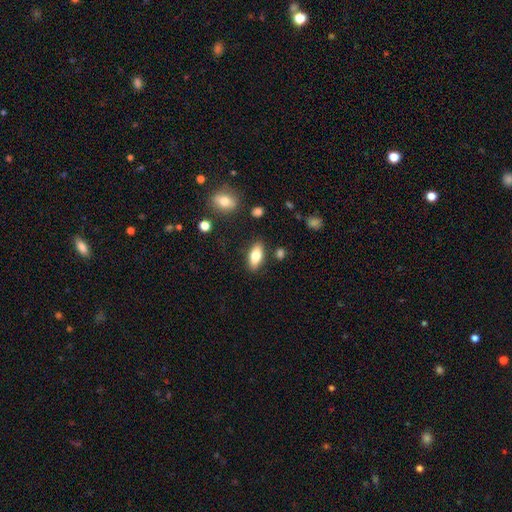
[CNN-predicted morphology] smooth_or_featured: smooth (p=0.75) [alt: featured or disk p=0.18]
how_rounded: in between (p=0.83) [alt: cigar-shaped p=0.14]
merging: none (p=0.85) [alt: minor disturbance p=0.10]